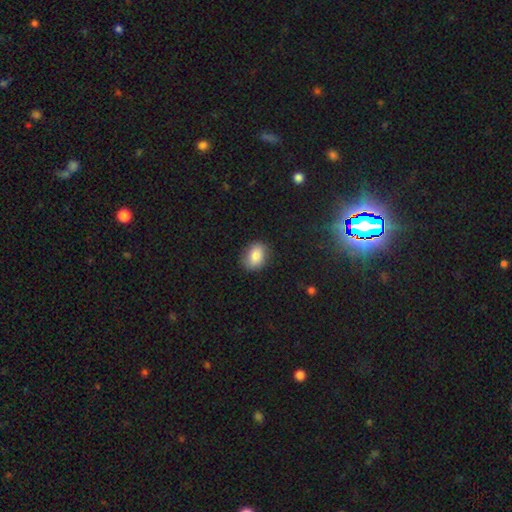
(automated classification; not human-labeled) Smooth or featured? Predicted: smooth (p=0.83). How rounded? Predicted: in between (p=0.65). Merging? Predicted: none (p=0.82).